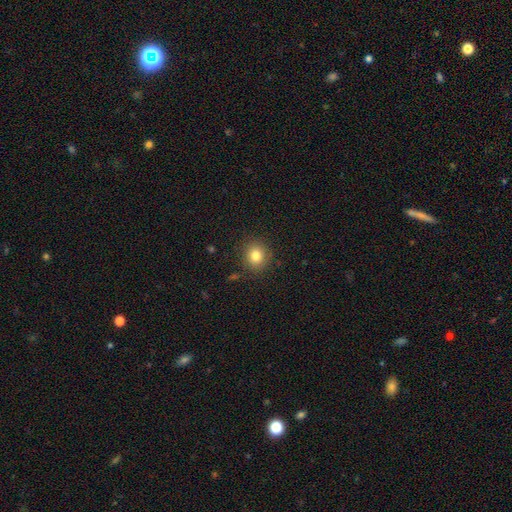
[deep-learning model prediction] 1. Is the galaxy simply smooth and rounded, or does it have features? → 81% smooth, 11% star or artifact, 7% featured or disk.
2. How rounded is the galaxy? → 83% round, 16% in between, 1% cigar-shaped.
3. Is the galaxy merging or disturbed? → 86% none, 9% minor disturbance, 3% major disturbance, 2% merger.